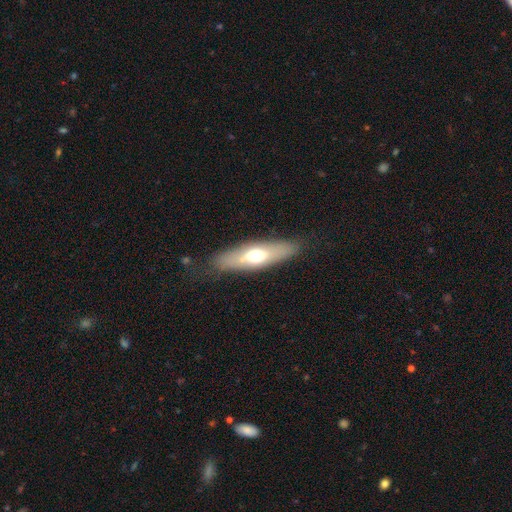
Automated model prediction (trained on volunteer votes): smooth 55%, featured or disk 38%, star or artifact 7%. Down the decision tree: how rounded — cigar-shaped (50%); merging — none (80%).